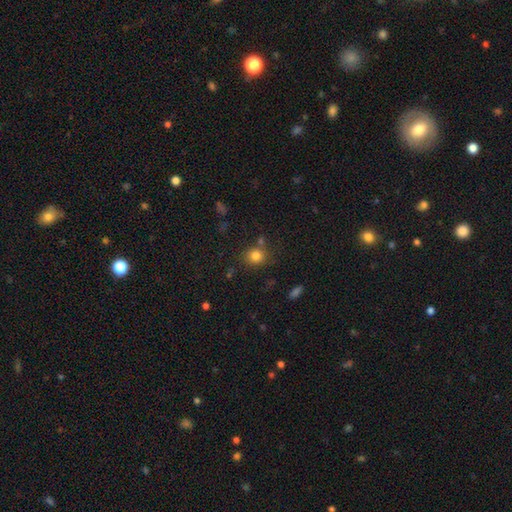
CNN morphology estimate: Overall: smooth (81%). How rounded: round (78%). Merging: none (75%).